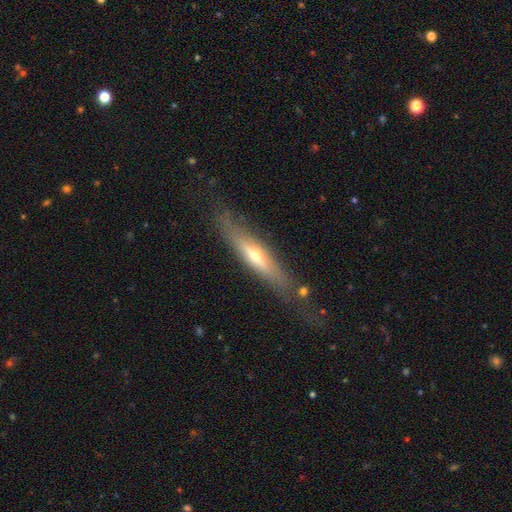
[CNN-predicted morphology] Smooth or featured? featured or disk (62%)
Edge-on disk? yes (84%)
Edge-on bulge? rounded (81%)
Merging? none (70%)